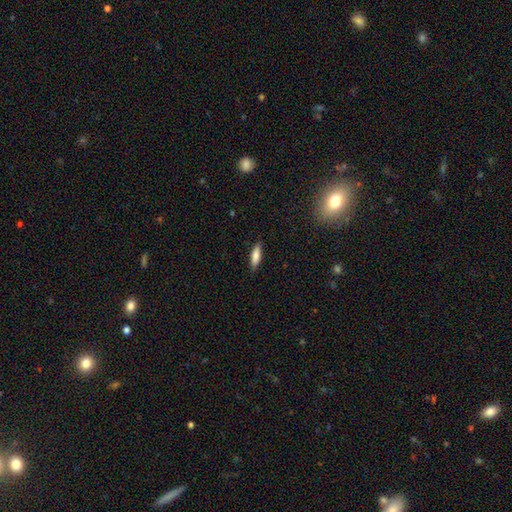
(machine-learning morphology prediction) Smooth or featured? smooth (79%)
How rounded? cigar-shaped (56%)
Merging? none (87%)